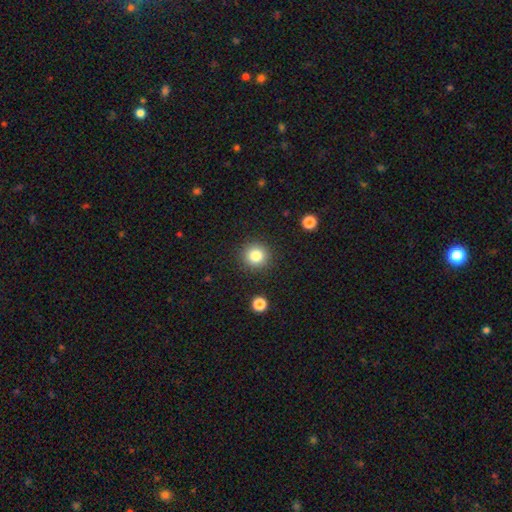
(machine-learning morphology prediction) Q: Smooth or featured?
A: smooth (83%); runner-up: star or artifact (11%)
Q: How rounded?
A: round (94%); runner-up: in between (5%)
Q: Merging?
A: none (90%); runner-up: minor disturbance (6%)